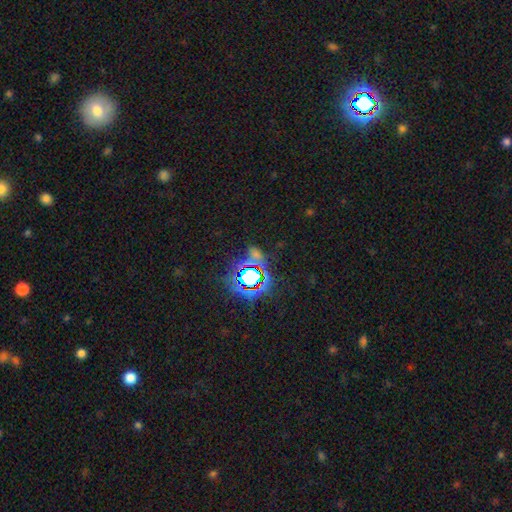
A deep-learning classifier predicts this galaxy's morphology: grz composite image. It shows a star or artifact, not a galaxy (72%).